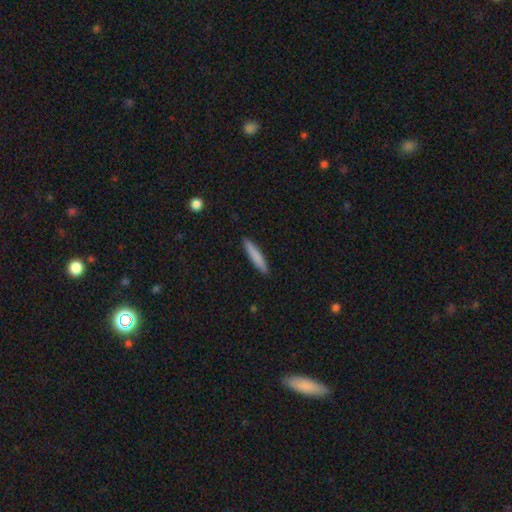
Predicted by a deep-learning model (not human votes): This appears to be a smooth galaxy with no disk features (82%) that is cigar-shaped (91%). Merging: none (90%).